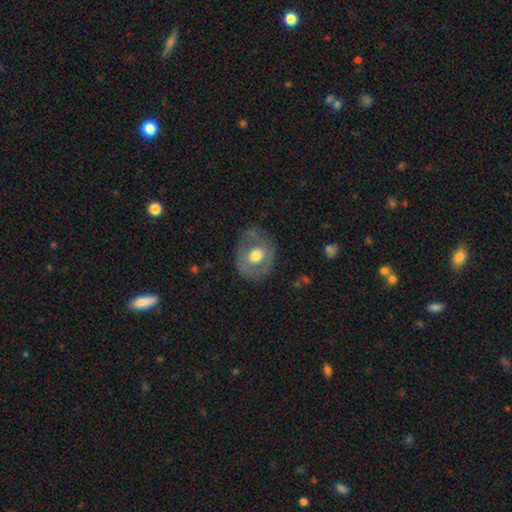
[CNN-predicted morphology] smooth_or_featured: featured or disk (p=0.49) [alt: smooth p=0.45]
merging: none (p=0.73) [alt: minor disturbance p=0.17]